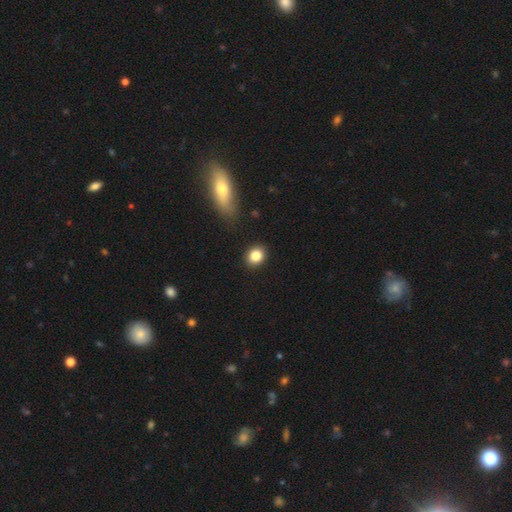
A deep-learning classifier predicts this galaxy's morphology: Smooth or featured: smooth — 85% (star or artifact — 10%)
How rounded: round — 66% (in between — 33%)
Merging: none — 89% (minor disturbance — 7%)